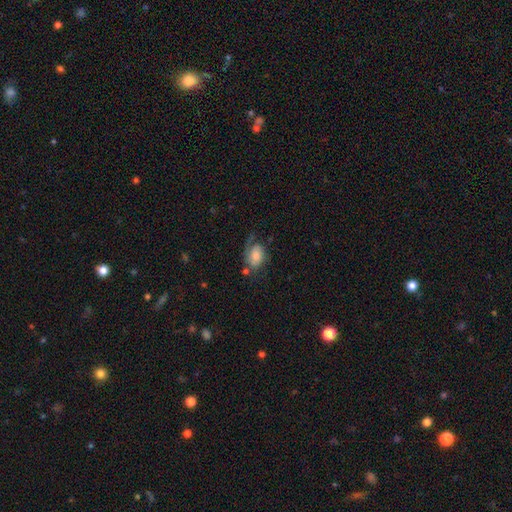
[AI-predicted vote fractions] Smooth or featured?
  - smooth: 57% *
  - featured or disk: 34%
  - star or artifact: 8%
How rounded?
  - in between: 79% *
  - round: 19%
  - cigar-shaped: 1%
Merging?
  - none: 41% *
  - minor disturbance: 28%
  - major disturbance: 24%
  - merger: 7%